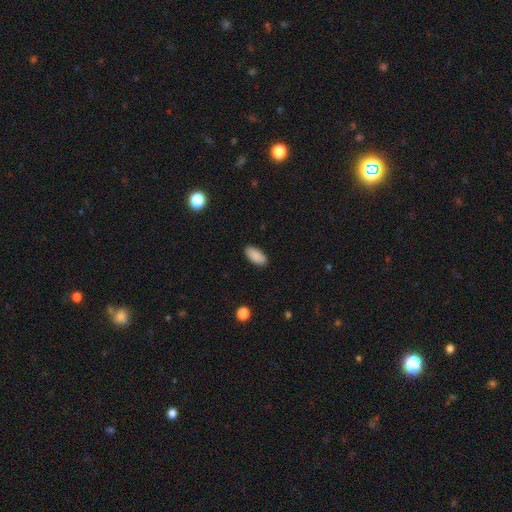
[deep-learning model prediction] Smooth or featured? smooth (89%)
How rounded? in between (89%)
Merging? none (89%)